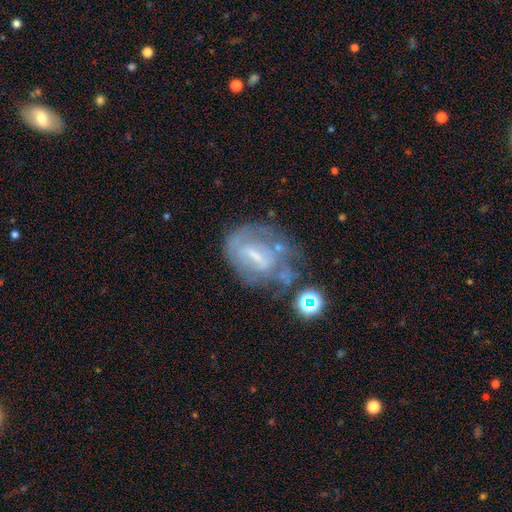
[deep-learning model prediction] featured or disk 65%, smooth 22%, star or artifact 13%. Down the decision tree: edge-on disk — no (95%); bar — weak (46%); spiral arms — yes (54%); bulge size — small (47%); merging — none (37%).